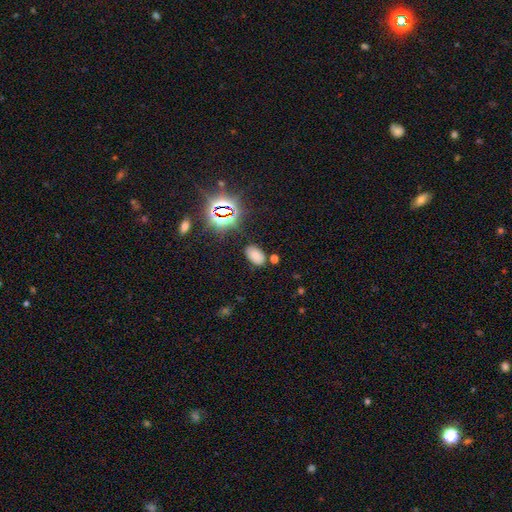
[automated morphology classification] Smooth or featured?
  - smooth: 71% *
  - star or artifact: 22%
  - featured or disk: 6%
How rounded?
  - in between: 93% *
  - round: 5%
  - cigar-shaped: 2%
Merging?
  - none: 81% *
  - minor disturbance: 12%
  - merger: 4%
  - major disturbance: 4%